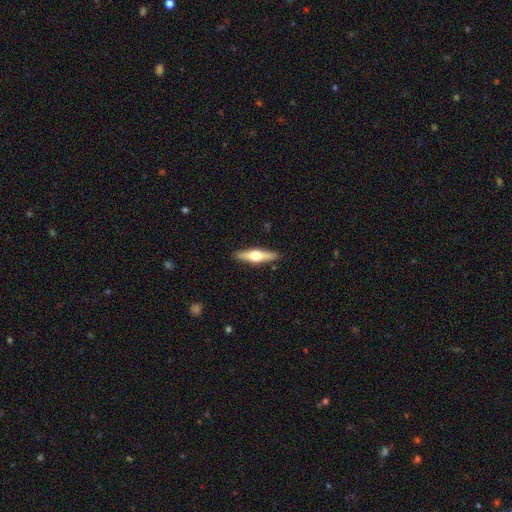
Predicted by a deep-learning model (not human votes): smooth_or_featured: featured or disk (p=0.58) [alt: smooth p=0.36]
disk_edge_on: yes (p=0.95) [alt: no p=0.05]
edge_on_bulge: rounded (p=0.95) [alt: boxy p=0.03]
merging: none (p=0.90) [alt: minor disturbance p=0.07]